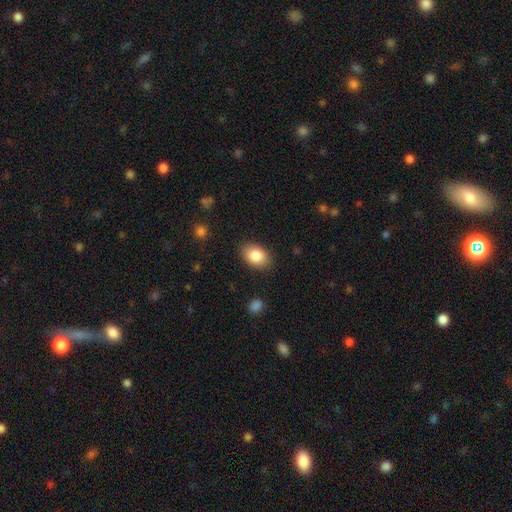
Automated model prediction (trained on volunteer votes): Smooth or featured? smooth (85%)
How rounded? in between (83%)
Merging? none (86%)